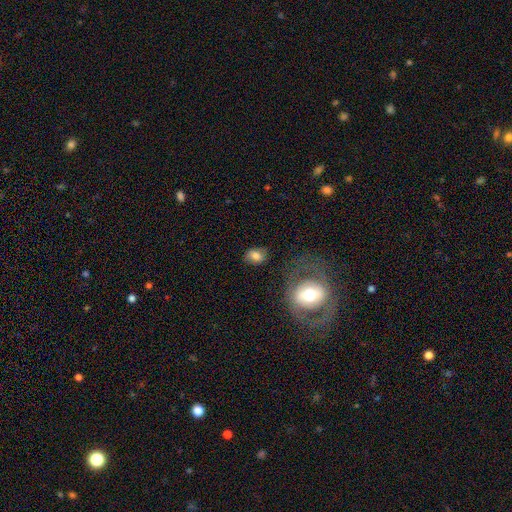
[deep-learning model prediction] smooth_or_featured: smooth (p=0.76) [alt: featured or disk p=0.14]
how_rounded: in between (p=0.59) [alt: round p=0.39]
merging: none (p=0.76) [alt: minor disturbance p=0.15]